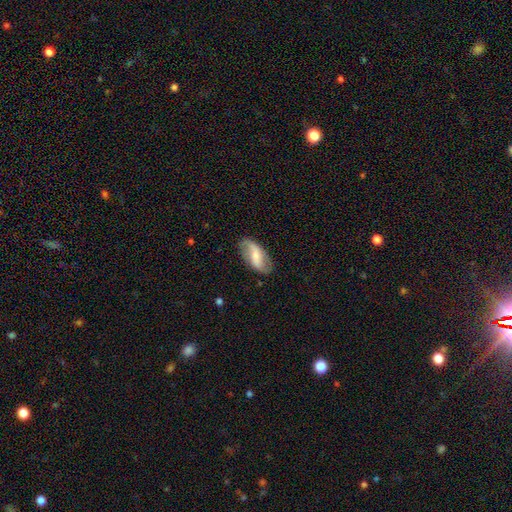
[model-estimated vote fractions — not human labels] featured or disk 54%, smooth 39%, star or artifact 7%. Down the decision tree: edge-on disk — no (92%); bar — weak (39%); spiral arms — yes (79%); bulge size — small (46%); merging — none (75%).